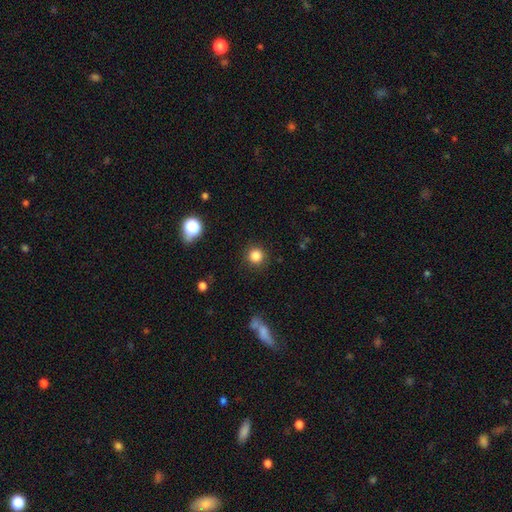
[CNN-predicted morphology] Smooth or featured?
  - smooth: 84% *
  - star or artifact: 12%
  - featured or disk: 4%
How rounded?
  - round: 94% *
  - in between: 5%
  - cigar-shaped: 1%
Merging?
  - none: 90% *
  - minor disturbance: 6%
  - major disturbance: 2%
  - merger: 1%